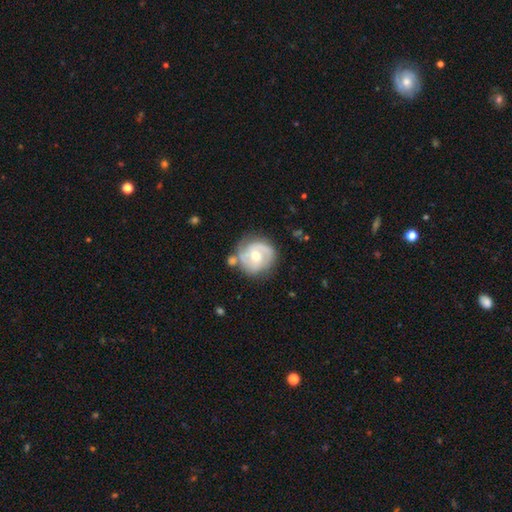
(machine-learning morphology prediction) Overall: featured or disk (74%). Edge-on disk: no (98%). Bar: no (54%; weak 38%). Spiral arms: yes (89%). Spiral arm count: 2 (67%). Spiral winding: tight (43%; medium 42%). Bulge size: moderate (69%). Merging: none (66%).